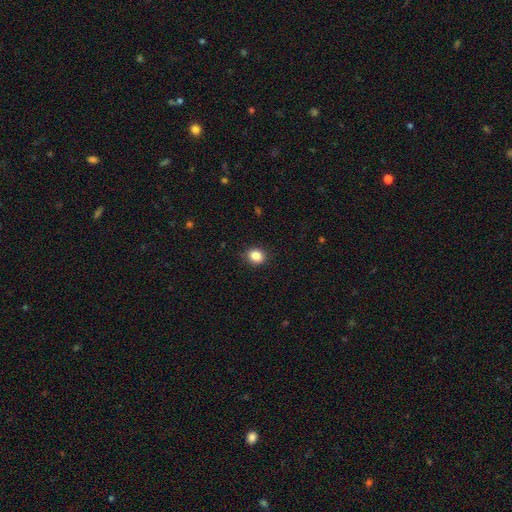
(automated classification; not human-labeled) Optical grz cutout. It shows a smooth galaxy with no disk features (85%) that is round (65%). Merging: none (86%).